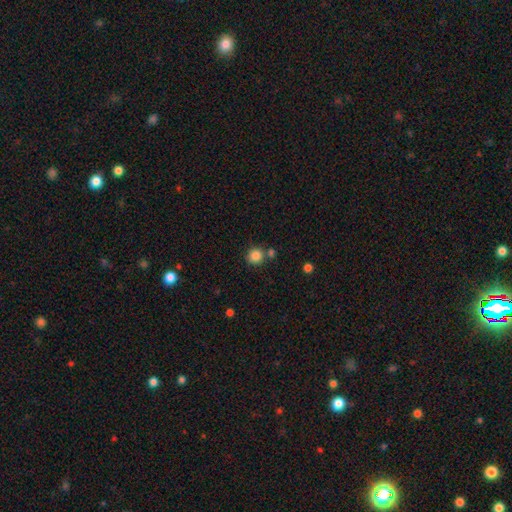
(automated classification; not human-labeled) A smooth galaxy with no disk features (85%) that is round (91%).

Vote fractions:
- Smooth or featured? smooth: 85% / star or artifact: 10% / featured or disk: 4%
- How rounded? round: 91% / in between: 8% / cigar-shaped: 1%
- Merging? none: 74% / merger: 14% / minor disturbance: 9% / major disturbance: 3%